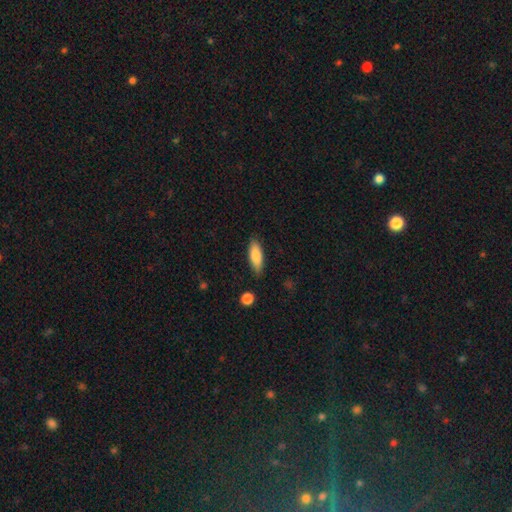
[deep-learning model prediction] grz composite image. It shows a smooth galaxy with no disk features (84%) that is in between round and cigar-shaped (63%). Merging: none (84%).